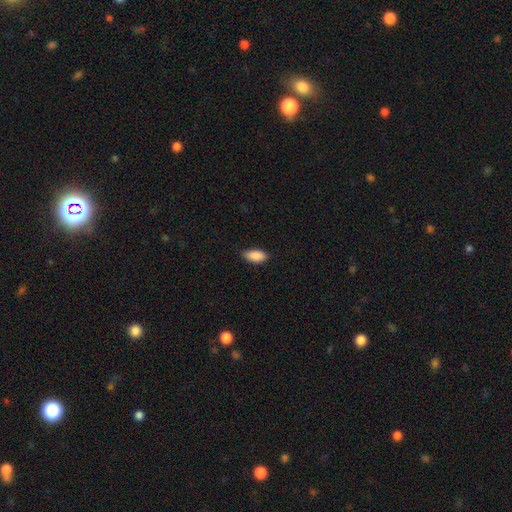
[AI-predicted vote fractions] smooth_or_featured: smooth (p=0.89) [alt: star or artifact p=0.07]
how_rounded: in between (p=0.92) [alt: cigar-shaped p=0.06]
merging: none (p=0.80) [alt: minor disturbance p=0.17]